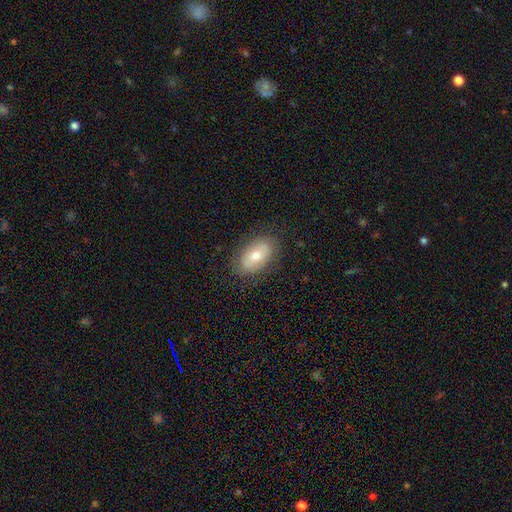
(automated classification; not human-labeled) Smooth or featured?
  - smooth: 59% *
  - featured or disk: 33%
  - star or artifact: 8%
How rounded?
  - in between: 89% *
  - round: 10%
  - cigar-shaped: 2%
Merging?
  - none: 83% *
  - minor disturbance: 12%
  - major disturbance: 4%
  - merger: 1%